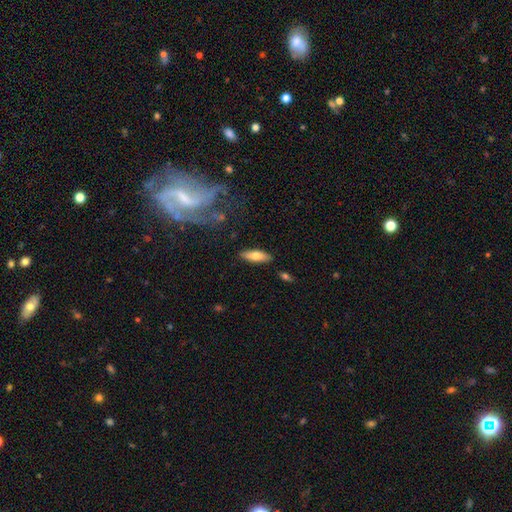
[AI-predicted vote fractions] smooth 70%, featured or disk 23%, star or artifact 6%. Down the decision tree: how rounded — in between (57%); merging — none (86%).